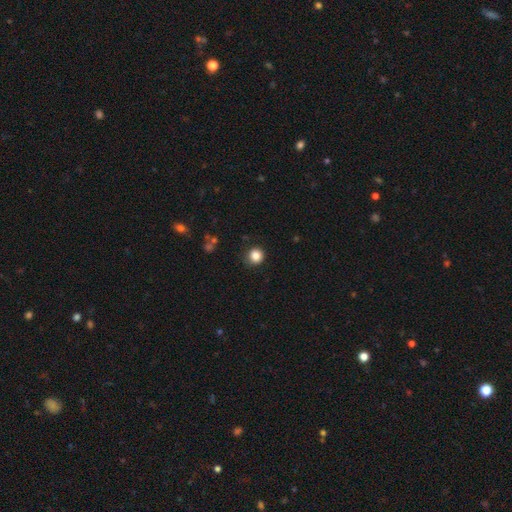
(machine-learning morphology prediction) Smooth or featured? smooth (85%)
How rounded? round (93%)
Merging? none (86%)